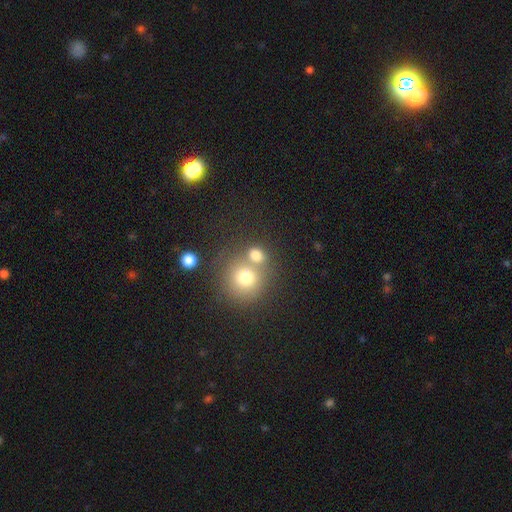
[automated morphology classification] Smooth or featured?
  - smooth: 75% *
  - star or artifact: 14%
  - featured or disk: 10%
How rounded?
  - round: 77% *
  - in between: 22%
  - cigar-shaped: 1%
Merging?
  - none: 49% *
  - merger: 39%
  - minor disturbance: 8%
  - major disturbance: 4%